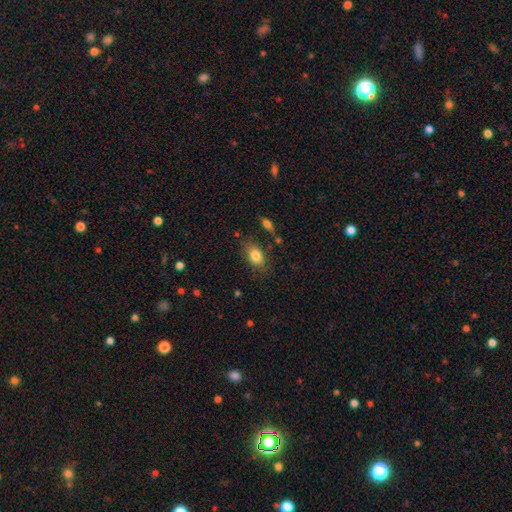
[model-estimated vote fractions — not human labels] This appears to be a smooth galaxy with no disk features (82%) that is in between round and cigar-shaped (81%). Merging: none (75%).